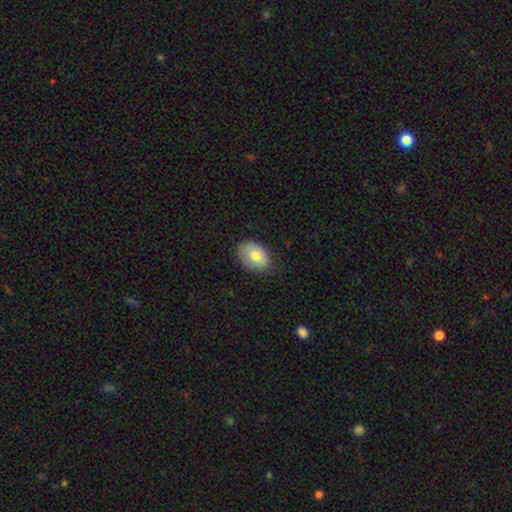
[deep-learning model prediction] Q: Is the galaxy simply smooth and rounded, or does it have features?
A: smooth — 77%.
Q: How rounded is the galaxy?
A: in between — 82%.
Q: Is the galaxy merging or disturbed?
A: none — 74%.